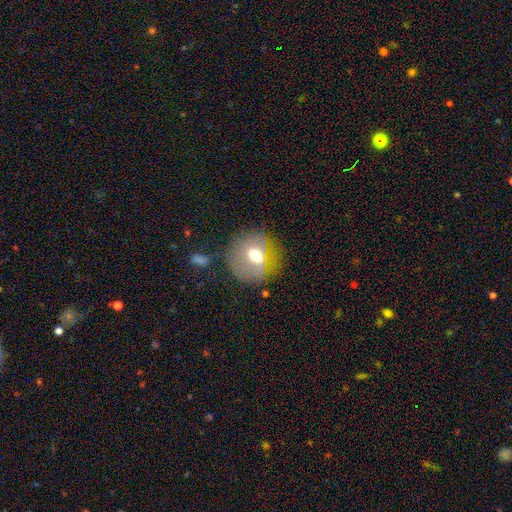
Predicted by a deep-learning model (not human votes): smooth_or_featured: smooth (p=0.54) [alt: featured or disk p=0.35]
how_rounded: round (p=0.75) [alt: in between p=0.24]
merging: none (p=0.66) [alt: minor disturbance p=0.20]